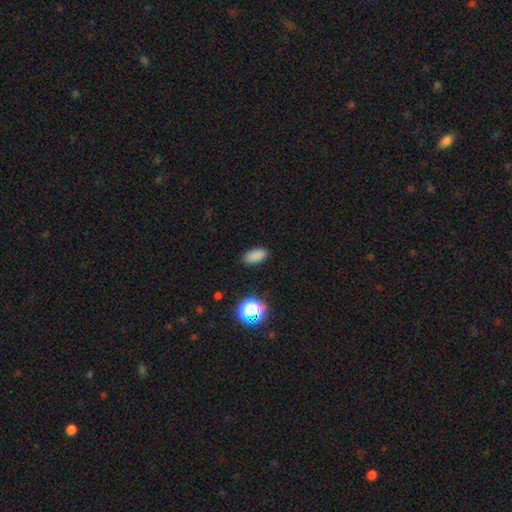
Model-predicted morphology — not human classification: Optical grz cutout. It shows a smooth galaxy with no disk features (83%) that is in between round and cigar-shaped (89%). Merging: none (87%).